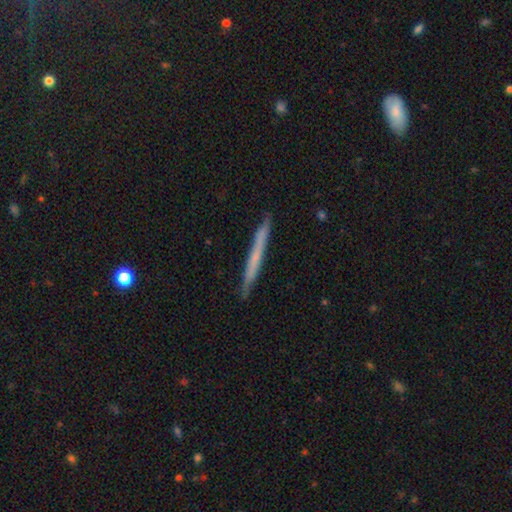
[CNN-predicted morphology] Q: Smooth or featured?
A: smooth (53%); runner-up: featured or disk (41%)
Q: How rounded?
A: cigar-shaped (97%); runner-up: in between (2%)
Q: Merging?
A: none (90%); runner-up: minor disturbance (7%)